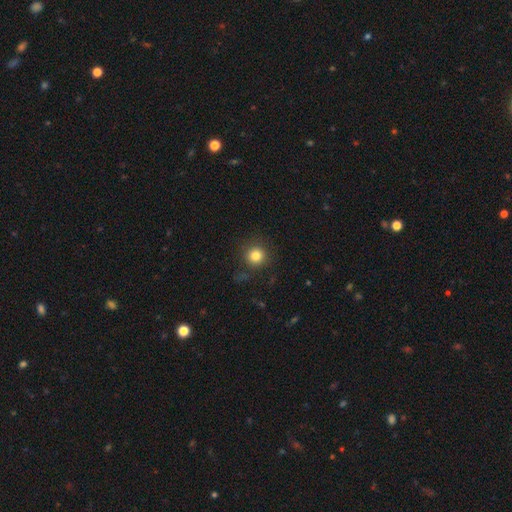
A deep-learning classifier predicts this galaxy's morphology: This is clearly a smooth galaxy (82%). How rounded: clearly round (94%). Merging: clearly none (85%).